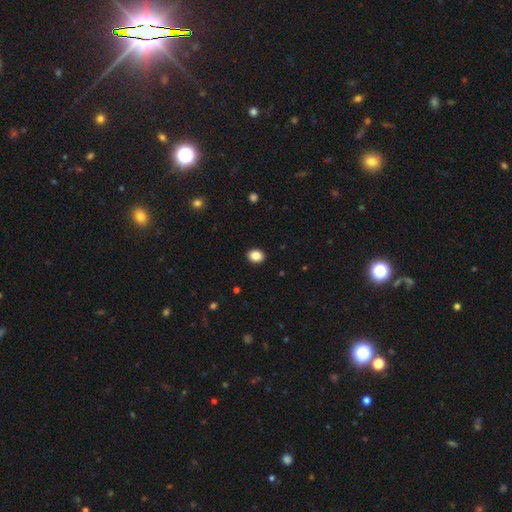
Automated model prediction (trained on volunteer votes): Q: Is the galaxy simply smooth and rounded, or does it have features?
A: smooth — 88%.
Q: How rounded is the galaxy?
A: in between — 57%.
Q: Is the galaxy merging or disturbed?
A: none — 92%.